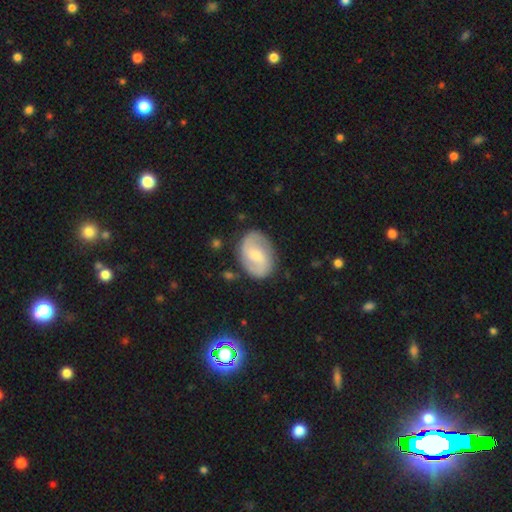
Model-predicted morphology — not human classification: A featured or disk galaxy (74%) with a weak bar (50%), 2 (90%) medium (48%) spiral arms (93%) and a small central bulge (46%). Merging: none (82%).